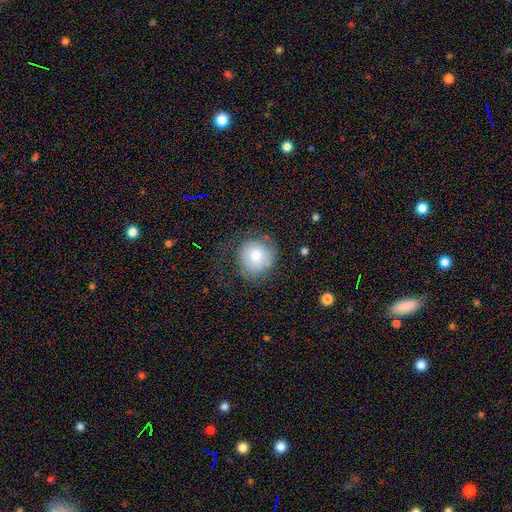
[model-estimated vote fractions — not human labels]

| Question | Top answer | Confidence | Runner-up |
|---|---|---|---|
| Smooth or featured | smooth | 67% | featured or disk (24%) |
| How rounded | round | 88% | in between (11%) |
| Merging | none | 57% | minor disturbance (22%) |